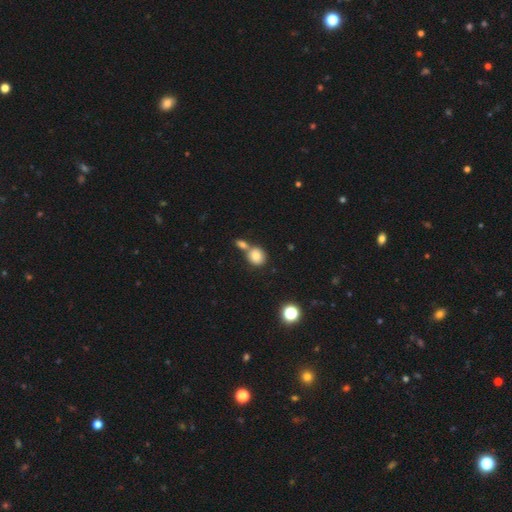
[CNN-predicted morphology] Overall: smooth (81%). How rounded: round (77%). Merging: none (48%; merger 40%).